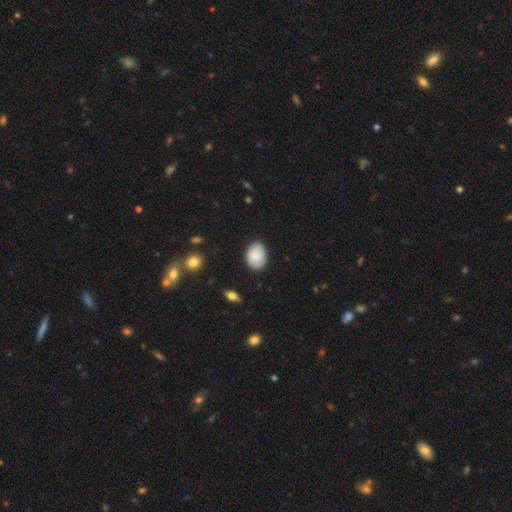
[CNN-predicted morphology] Smooth or featured?
  - smooth: 87% *
  - star or artifact: 7%
  - featured or disk: 6%
How rounded?
  - in between: 73% *
  - round: 26%
  - cigar-shaped: 1%
Merging?
  - none: 85% *
  - minor disturbance: 12%
  - major disturbance: 2%
  - merger: 1%